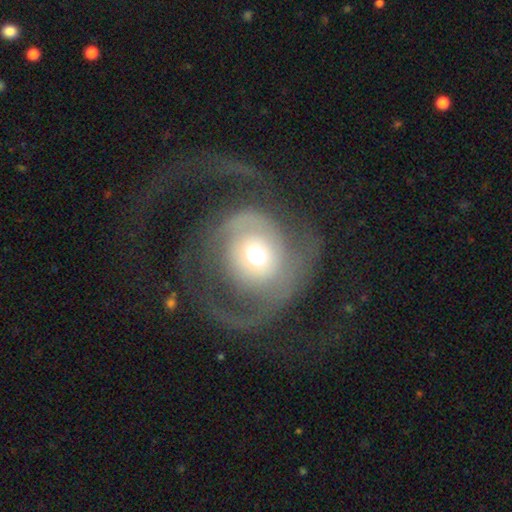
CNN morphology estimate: Smooth or featured: featured or disk — 64% (smooth — 28%)
Edge-on disk: no — 97% (yes — 3%)
Bar: no — 80% (weak — 15%)
Spiral arms: yes — 70% (no — 30%)
Bulge size: moderate — 65% (large — 17%)
Merging: major disturbance — 44% (none — 39%)